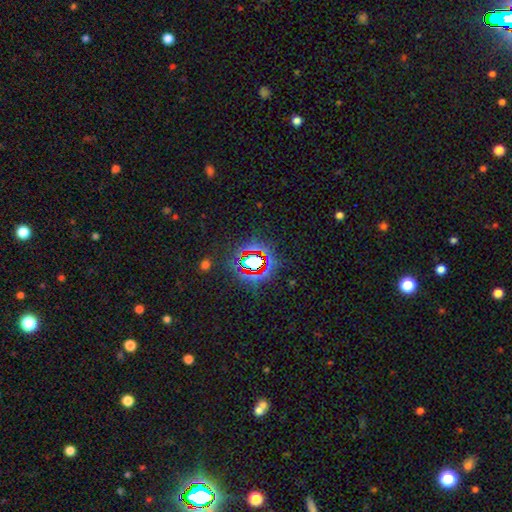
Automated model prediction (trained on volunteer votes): This is likely a star or artifact rather than a galaxy (73%).